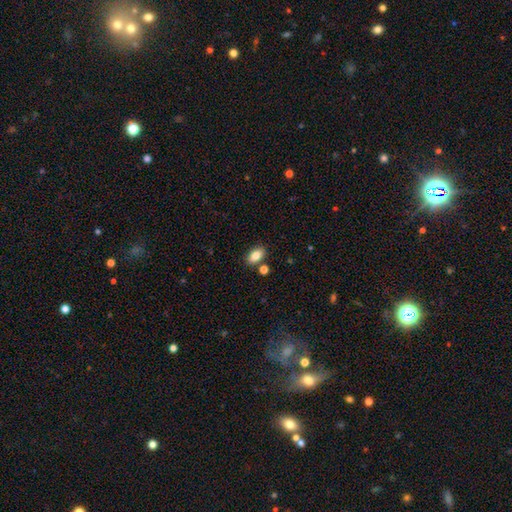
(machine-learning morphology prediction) Smooth or featured? Predicted: smooth (p=0.84). How rounded? Predicted: in between (p=0.90). Merging? Predicted: none (p=0.80).